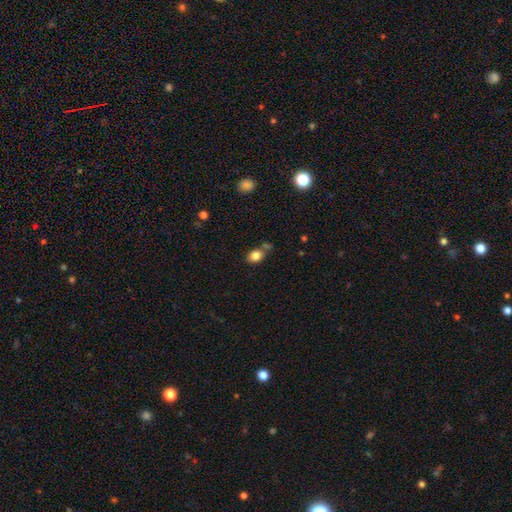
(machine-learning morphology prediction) smooth 83%, star or artifact 10%, featured or disk 7%. Down the decision tree: how rounded — in between (68%); merging — none (63%).